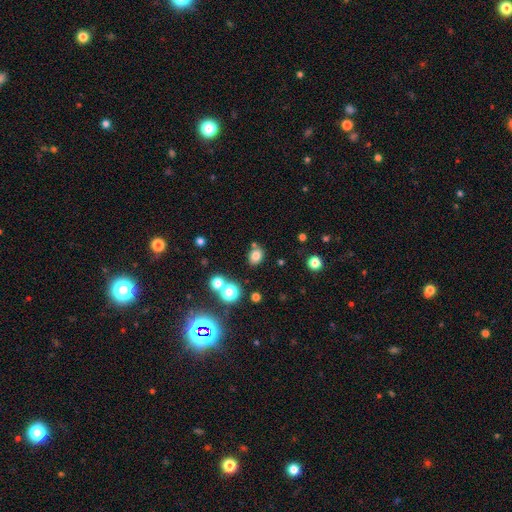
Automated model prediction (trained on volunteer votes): The model was most divided on "how rounded": in between: 57%, round: 42%, cigar-shaped: 1%. More confident: smooth or featured — smooth (78%); merging — none (75%).